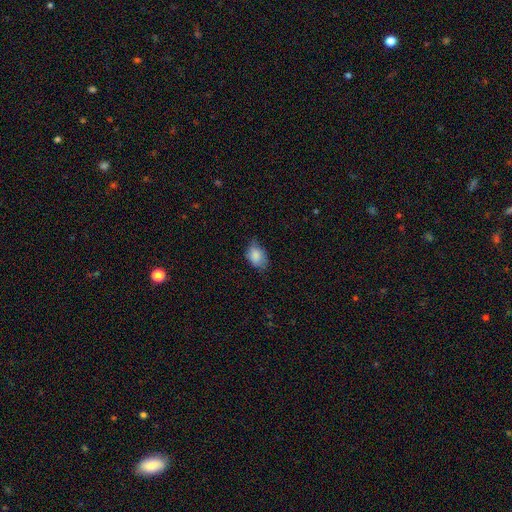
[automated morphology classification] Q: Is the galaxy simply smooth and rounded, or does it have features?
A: smooth — 85%.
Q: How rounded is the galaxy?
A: in between — 81%.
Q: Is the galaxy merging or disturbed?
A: none — 57%.